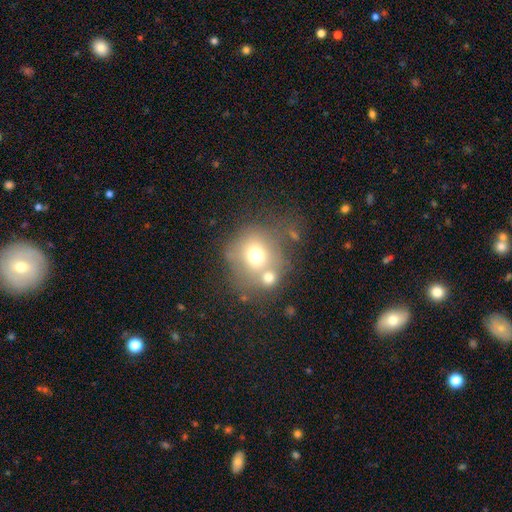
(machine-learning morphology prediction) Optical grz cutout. It shows a smooth galaxy with no disk features (65%) that is round (85%). Merging: none (47%).